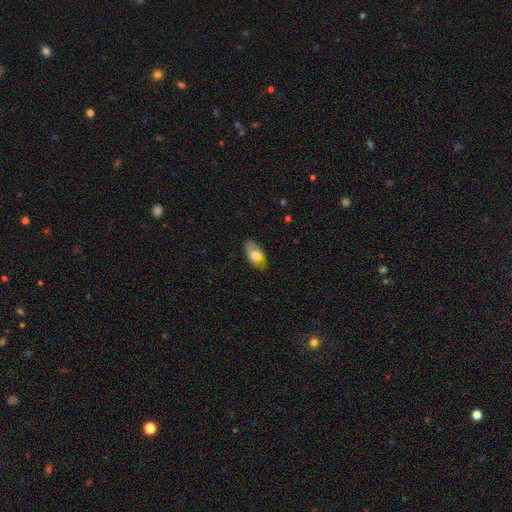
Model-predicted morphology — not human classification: Smooth or featured: smooth — 59% (featured or disk — 34%)
How rounded: in between — 92% (round — 5%)
Merging: none — 75% (minor disturbance — 19%)